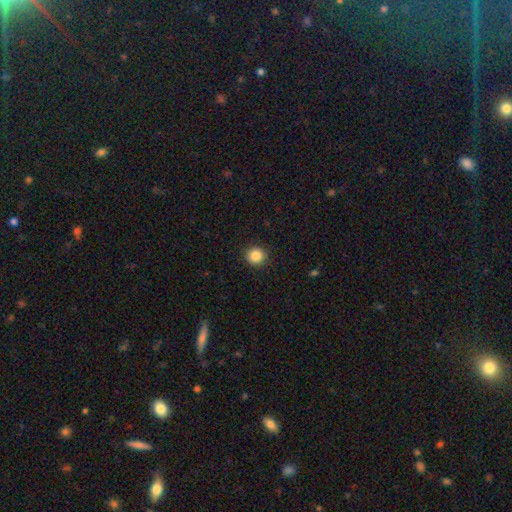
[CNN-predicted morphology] A smooth galaxy with no disk features (86%) that is round (94%). Merging: none (92%).